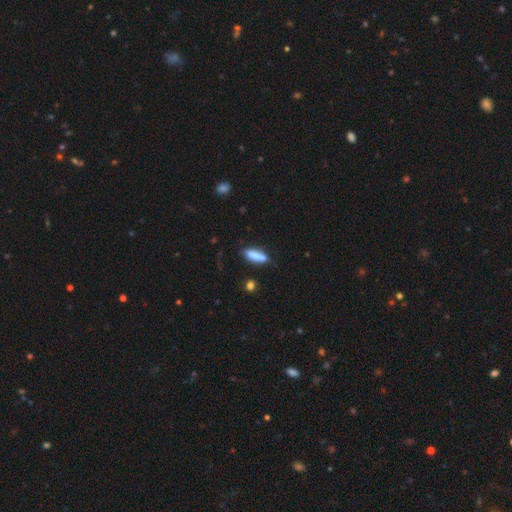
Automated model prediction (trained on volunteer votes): Smooth or featured?
  - smooth: 82% *
  - featured or disk: 11%
  - star or artifact: 7%
How rounded?
  - cigar-shaped: 52% *
  - in between: 46%
  - round: 2%
Merging?
  - none: 71% *
  - minor disturbance: 18%
  - merger: 7%
  - major disturbance: 4%